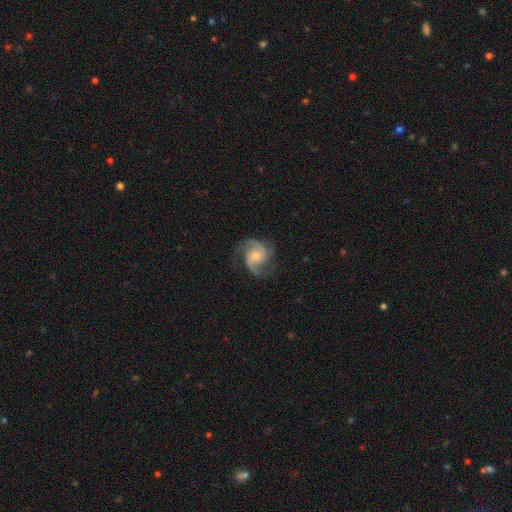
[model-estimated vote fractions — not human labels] This appears to be a featured or disk galaxy (88%) with no bar (67%), 2 (55%) medium (56%) spiral arms (98%) and a moderate central bulge (44%). Merging: none (73%).